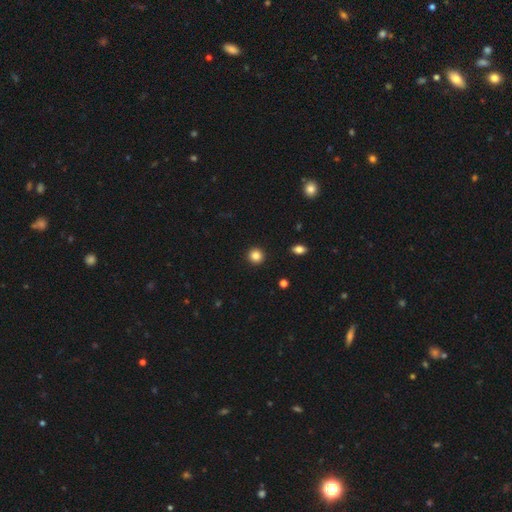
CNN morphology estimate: The model was most divided on "smooth or featured": smooth: 85%, star or artifact: 10%, featured or disk: 5%. More confident: how rounded — round (94%); merging — none (93%).